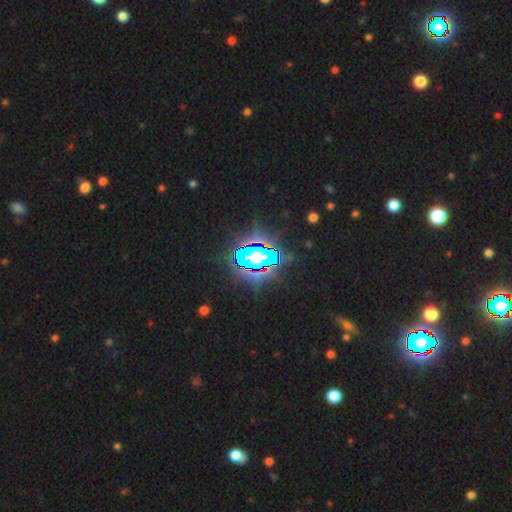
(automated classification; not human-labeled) A star or artifact, not a galaxy (68%).

Vote fractions:
- Smooth or featured? star or artifact: 68% / smooth: 17% / featured or disk: 14%